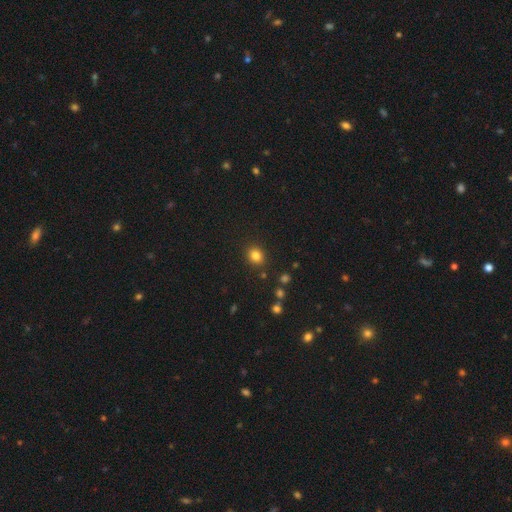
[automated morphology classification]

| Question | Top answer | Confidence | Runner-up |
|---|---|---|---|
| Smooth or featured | smooth | 83% | star or artifact (12%) |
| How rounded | round | 69% | in between (30%) |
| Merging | none | 88% | minor disturbance (7%) |